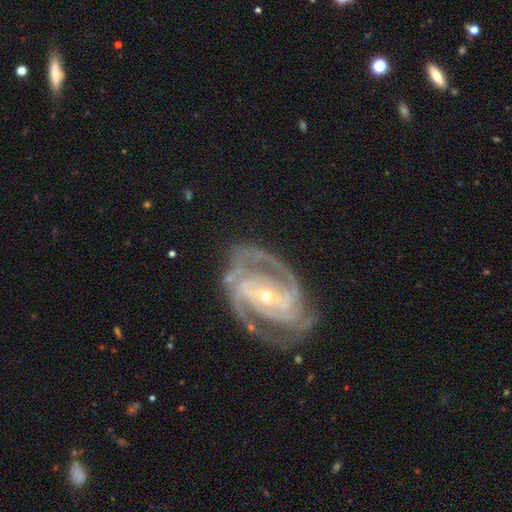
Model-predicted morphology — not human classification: This is clearly a featured or disk galaxy (91%). It is clearly not viewed edge-on (97%). Bar: marginally strong (43%). Spiral arm pattern: clearly yes (98%). Spiral arm count: possibly 2 (47%). Spiral winding: possibly tight (53%). Central bulge: likely small (73%). Merging: likely none (69%).